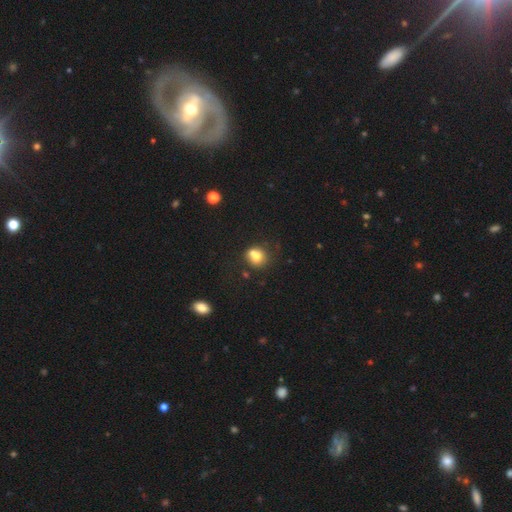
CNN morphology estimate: Smooth or featured? smooth (71%)
How rounded? round (70%)
Merging? none (41%)